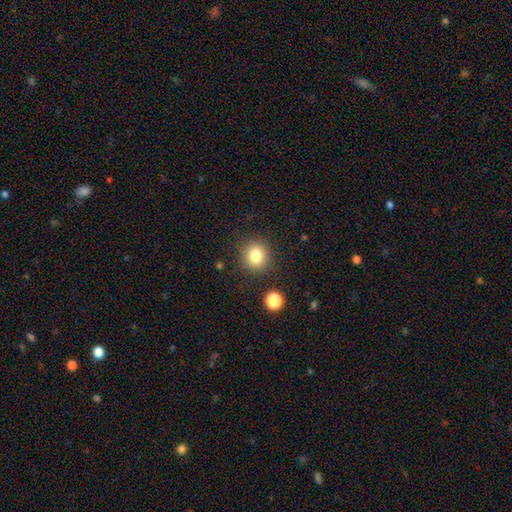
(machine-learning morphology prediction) type=smooth (80%); roundness=round (89%); merging=none (87%).